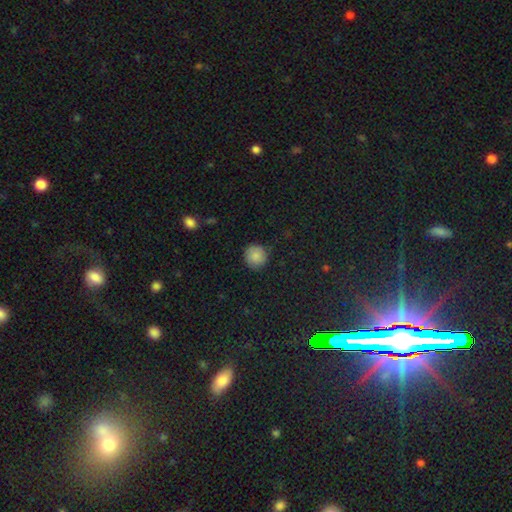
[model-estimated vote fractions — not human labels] smooth_or_featured: smooth (p=0.85) [alt: star or artifact p=0.09]
how_rounded: round (p=0.93) [alt: in between p=0.06]
merging: none (p=0.85) [alt: minor disturbance p=0.11]